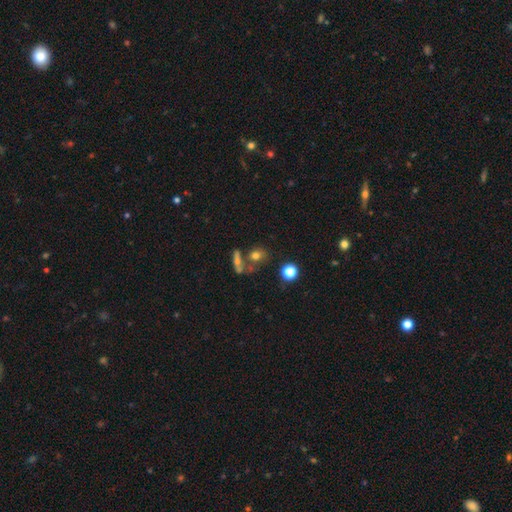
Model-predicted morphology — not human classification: Smooth or featured: smooth — 69% (star or artifact — 16%)
How rounded: round — 57% (in between — 38%)
Merging: none — 52% (merger — 28%)